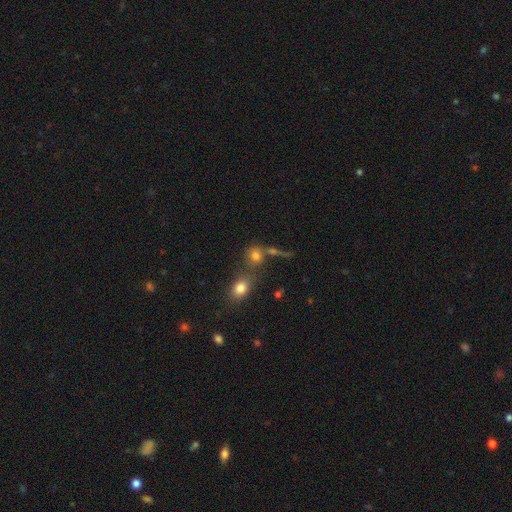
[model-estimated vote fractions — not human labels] smooth-or-featured: smooth: 74% | star or artifact: 15% | featured or disk: 12%
  how-rounded: round: 71% | in between: 26% | cigar-shaped: 3%
  merging: none: 53% | merger: 31% | minor disturbance: 10% | major disturbance: 6%